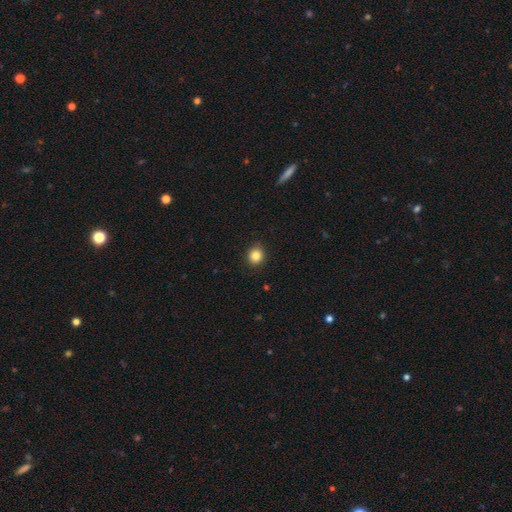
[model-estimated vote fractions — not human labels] A smooth galaxy with no disk features (85%) that is round (82%). Merging: none (90%).